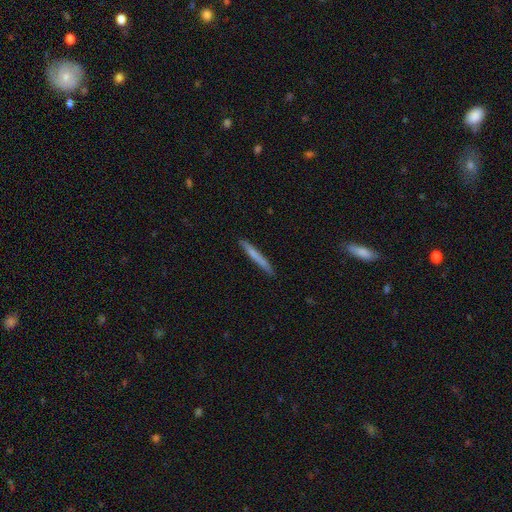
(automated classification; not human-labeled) A smooth galaxy with no disk features (65%) that is cigar-shaped (97%). Merging: none (89%).